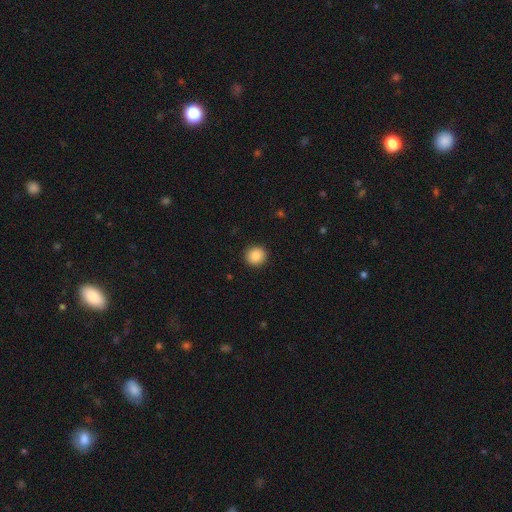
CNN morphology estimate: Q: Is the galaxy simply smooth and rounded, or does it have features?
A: smooth — 88%.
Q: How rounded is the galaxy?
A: round — 90%.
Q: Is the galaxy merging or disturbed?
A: none — 92%.